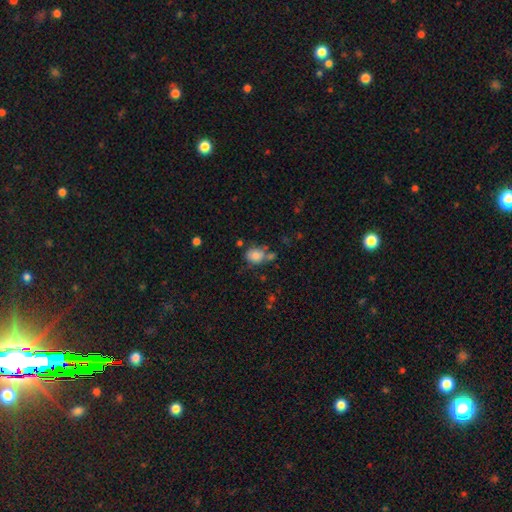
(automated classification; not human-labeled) Smooth or featured? Predicted: smooth (p=0.78). How rounded? Predicted: round (p=0.59). Merging? Predicted: none (p=0.56).